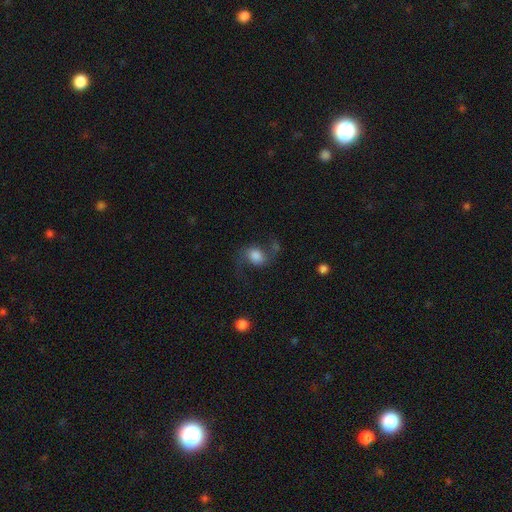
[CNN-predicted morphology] A featured or disk galaxy (56%) with no bar (61%), spiral arms (92%) and a large central bulge (39%). Merging: none (57%).